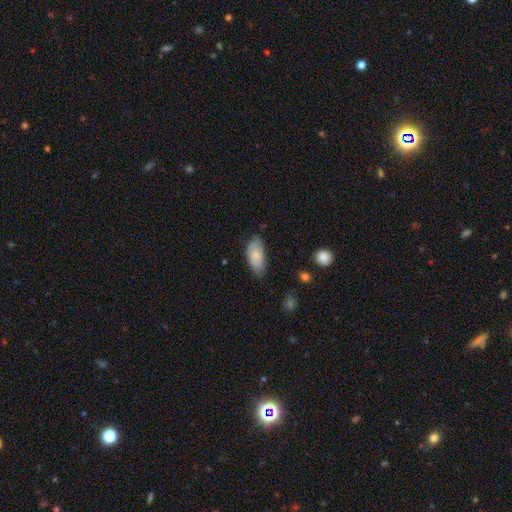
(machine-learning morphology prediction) Smooth or featured?
  - smooth: 75% *
  - featured or disk: 19%
  - star or artifact: 6%
How rounded?
  - in between: 92% *
  - cigar-shaped: 5%
  - round: 3%
Merging?
  - none: 64% *
  - minor disturbance: 29%
  - major disturbance: 5%
  - merger: 2%